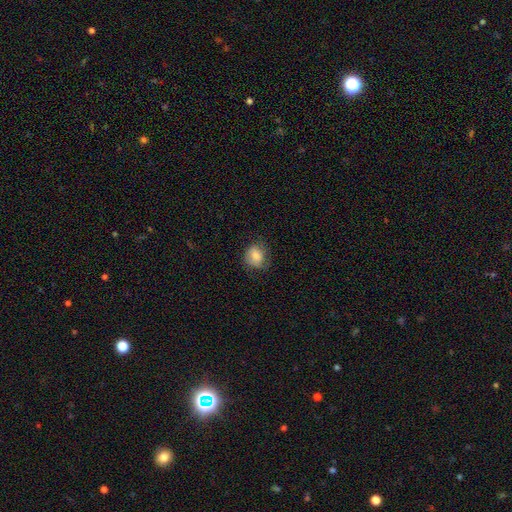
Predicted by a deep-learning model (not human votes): Smooth or featured? smooth (75%)
How rounded? round (61%)
Merging? none (68%)